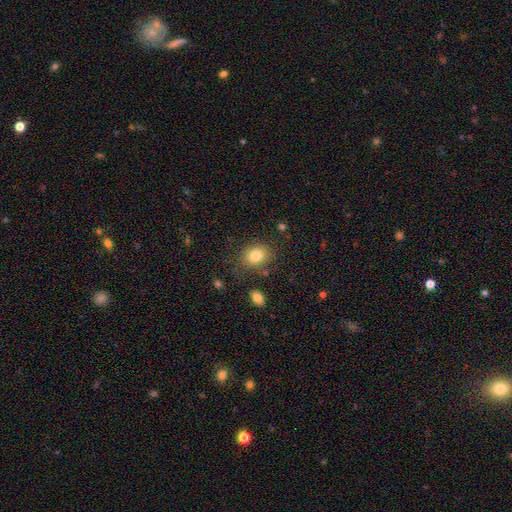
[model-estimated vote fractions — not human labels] smooth-or-featured: smooth: 81% | star or artifact: 10% | featured or disk: 8%
  how-rounded: in between: 51% | round: 48% | cigar-shaped: 1%
  merging: none: 78% | minor disturbance: 14% | major disturbance: 5% | merger: 4%